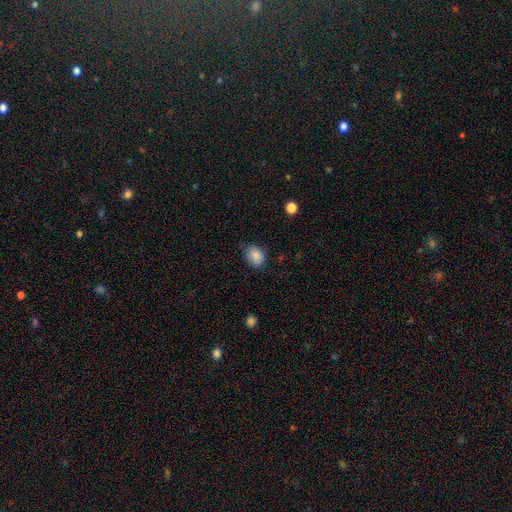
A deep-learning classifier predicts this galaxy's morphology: Smooth or featured?
  - smooth: 87% *
  - star or artifact: 8%
  - featured or disk: 5%
How rounded?
  - in between: 63% *
  - round: 36%
  - cigar-shaped: 1%
Merging?
  - none: 78% *
  - minor disturbance: 18%
  - major disturbance: 4%
  - merger: 1%